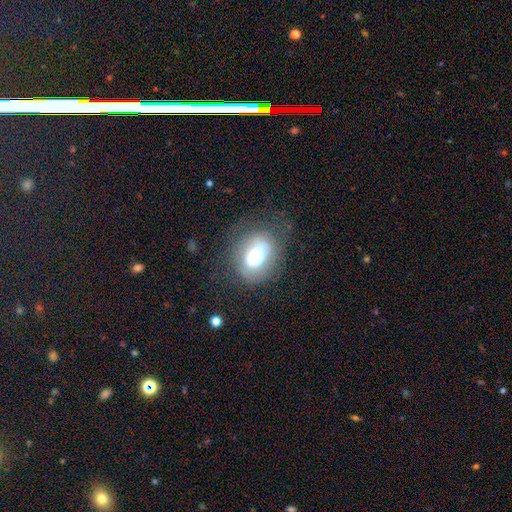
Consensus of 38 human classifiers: This appears to be a smooth galaxy with no disk features (58%) that is in between round and cigar-shaped (64%). Merging: none (41%).